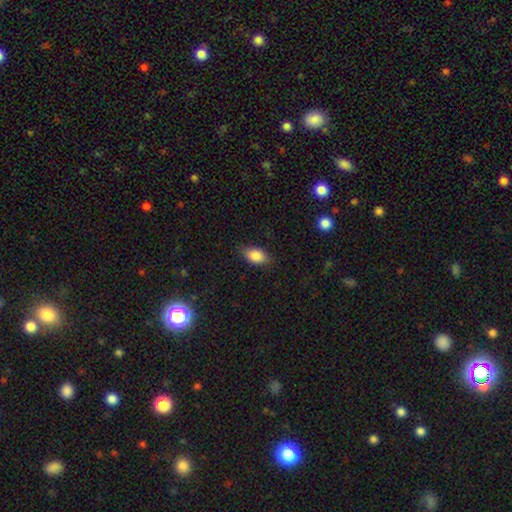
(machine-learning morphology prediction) Smooth or featured? Predicted: smooth (p=0.86). How rounded? Predicted: in between (p=0.88). Merging? Predicted: none (p=0.82).